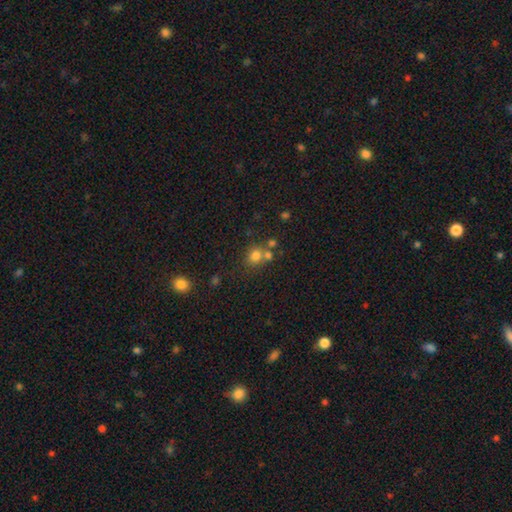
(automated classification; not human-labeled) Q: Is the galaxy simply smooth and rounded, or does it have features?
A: smooth — 75%.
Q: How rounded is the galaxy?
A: round — 78%.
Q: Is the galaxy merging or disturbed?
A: none — 55%.